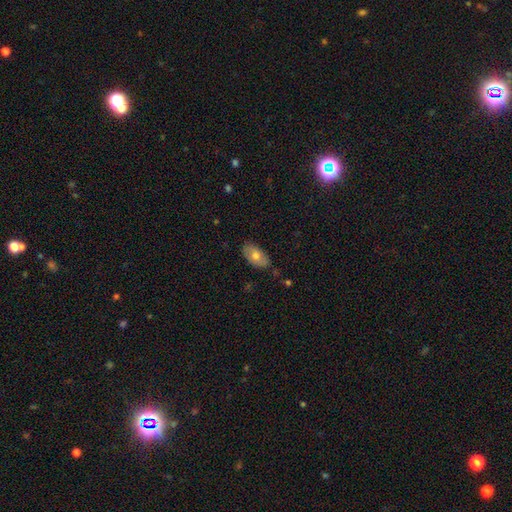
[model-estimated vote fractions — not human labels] Overall: smooth (66%; featured or disk 28%). How rounded: in between (93%). Merging: none (77%).